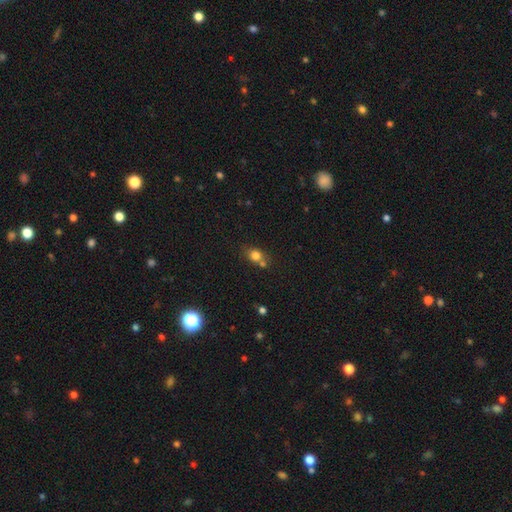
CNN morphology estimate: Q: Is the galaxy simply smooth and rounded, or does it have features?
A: smooth — 78%.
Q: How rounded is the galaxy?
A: round — 63%.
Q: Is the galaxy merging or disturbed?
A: none — 50%.